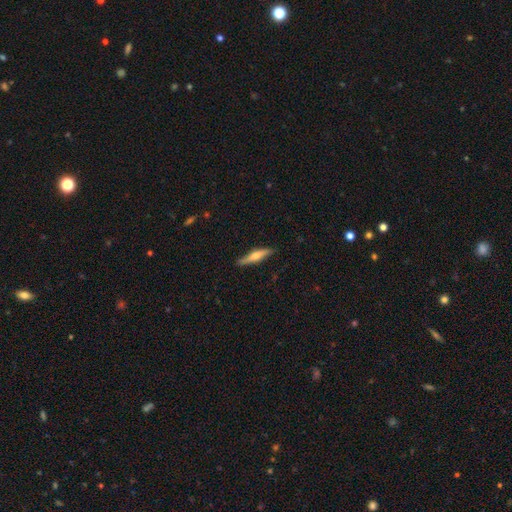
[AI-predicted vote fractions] The model was most divided on "smooth or featured": smooth: 49%, featured or disk: 46%, star or artifact: 6%. More confident: merging — none (84%).